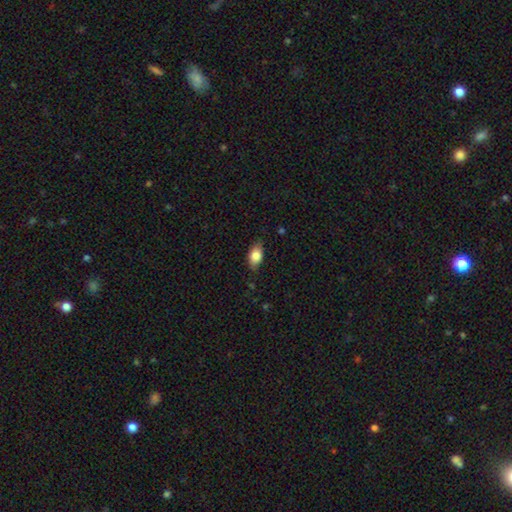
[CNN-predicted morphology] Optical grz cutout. It shows a smooth galaxy with no disk features (81%) that is in between round and cigar-shaped (87%). Merging: none (78%).